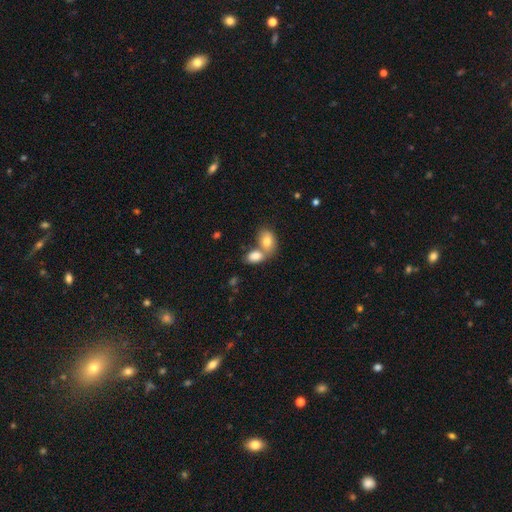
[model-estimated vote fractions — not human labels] Morphology: type=smooth (80%); roundness=in between (87%); merging=merger (60%).